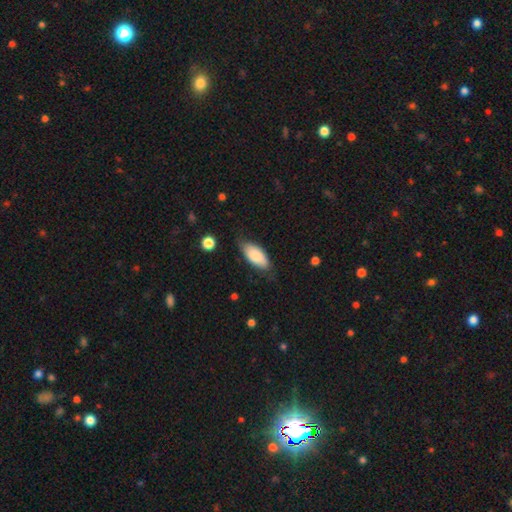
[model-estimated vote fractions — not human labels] This is clearly a smooth galaxy (83%). How rounded: clearly in between (88%). Merging: likely none (69%).